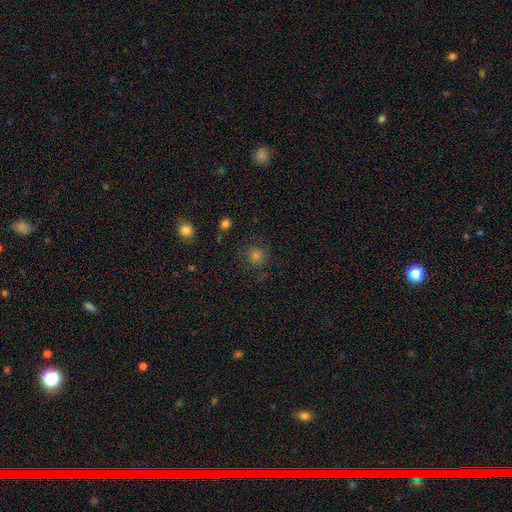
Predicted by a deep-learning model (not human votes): Smooth or featured? smooth (65%)
How rounded? round (90%)
Merging? none (80%)